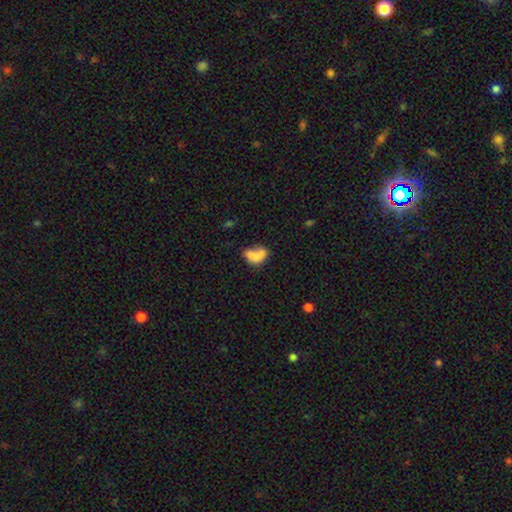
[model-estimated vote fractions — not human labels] Morphology: type=smooth (71%); roundness=in between (81%); merging=none (31%).